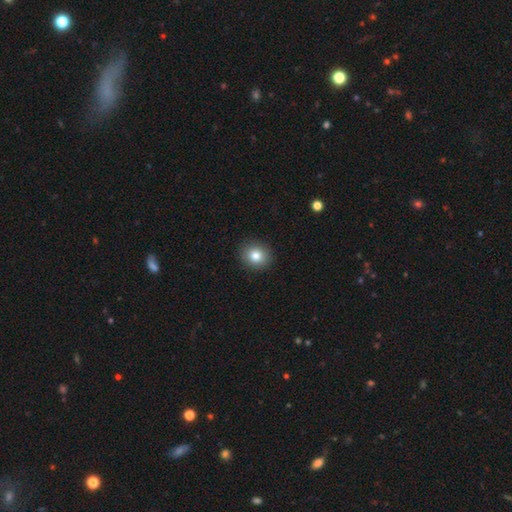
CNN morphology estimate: Smooth or featured? Predicted: smooth (p=0.81). How rounded? Predicted: round (p=0.79). Merging? Predicted: none (p=0.91).